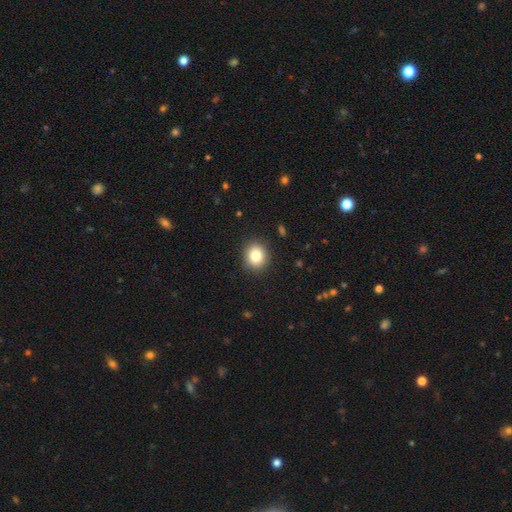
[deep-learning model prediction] A smooth galaxy with no disk features (83%) that is round (76%). Merging: none (89%).